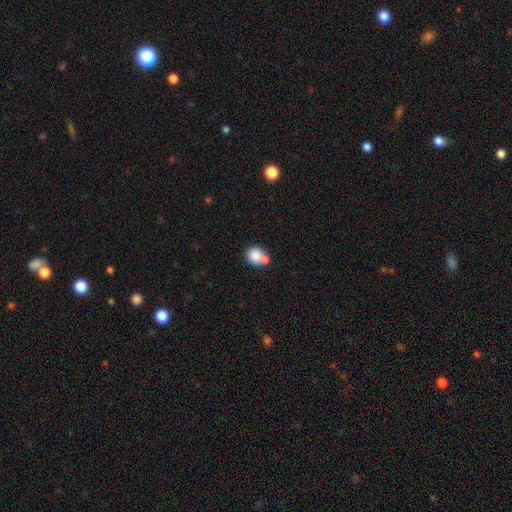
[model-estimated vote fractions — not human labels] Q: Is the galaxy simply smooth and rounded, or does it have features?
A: smooth — 82%.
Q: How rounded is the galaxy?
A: round — 75%.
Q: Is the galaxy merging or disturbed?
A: none — 44%.